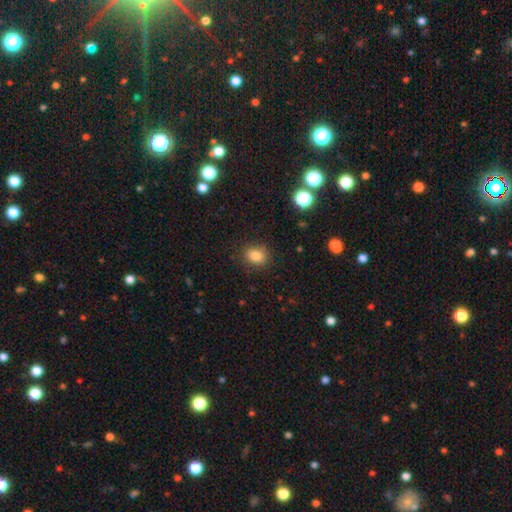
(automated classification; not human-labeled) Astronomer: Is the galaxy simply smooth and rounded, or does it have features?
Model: smooth — 83%.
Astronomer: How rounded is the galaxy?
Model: round — 52% (runner-up: in between, 47%).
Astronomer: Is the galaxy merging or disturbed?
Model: none — 85%.